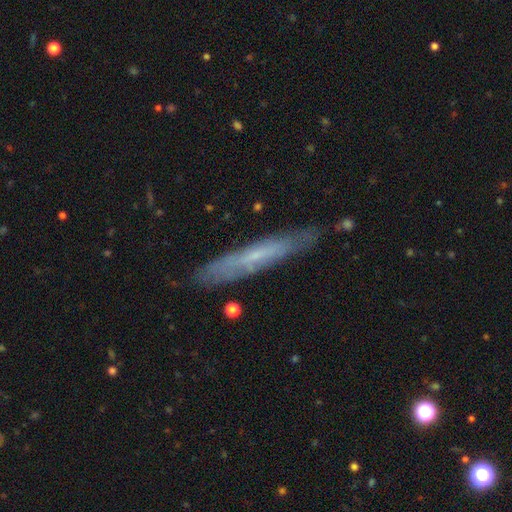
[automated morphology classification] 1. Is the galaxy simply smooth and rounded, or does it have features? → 54% featured or disk, 39% smooth, 7% star or artifact.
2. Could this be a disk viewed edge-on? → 73% yes, 27% no.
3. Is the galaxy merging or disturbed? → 81% none, 14% minor disturbance, 3% major disturbance, 2% merger.